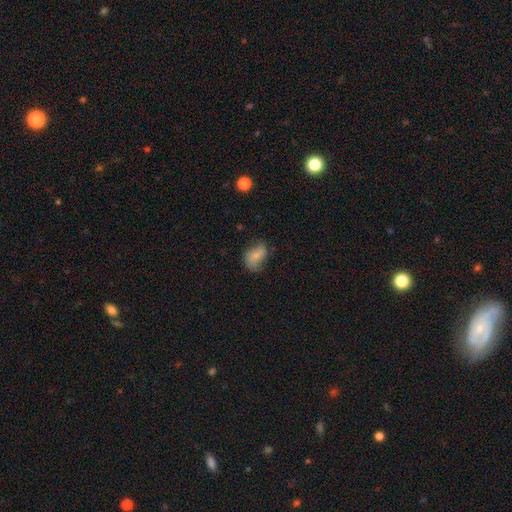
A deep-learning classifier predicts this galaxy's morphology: Smooth or featured? Predicted: smooth (p=0.72). How rounded? Predicted: in between (p=0.82). Merging? Predicted: none (p=0.58).